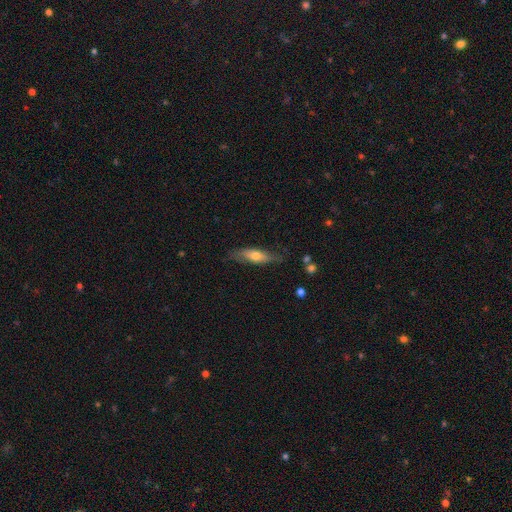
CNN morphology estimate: A smooth galaxy with no disk features (55%) that is cigar-shaped (57%).

Vote fractions:
- Smooth or featured? smooth: 55% / featured or disk: 39% / star or artifact: 6%
- How rounded? cigar-shaped: 57% / in between: 40% / round: 3%
- Merging? none: 74% / minor disturbance: 19% / major disturbance: 5% / merger: 2%